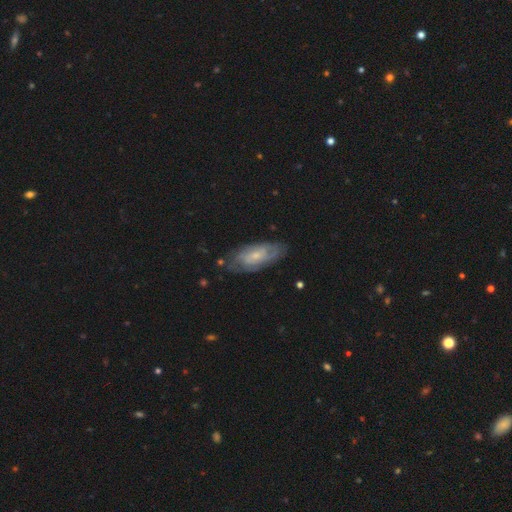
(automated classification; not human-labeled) Smooth or featured? featured or disk (65%)
Edge-on disk? no (89%)
Bar? no (68%)
Spiral arms? yes (80%)
Bulge size? small (65%)
Merging? none (72%)